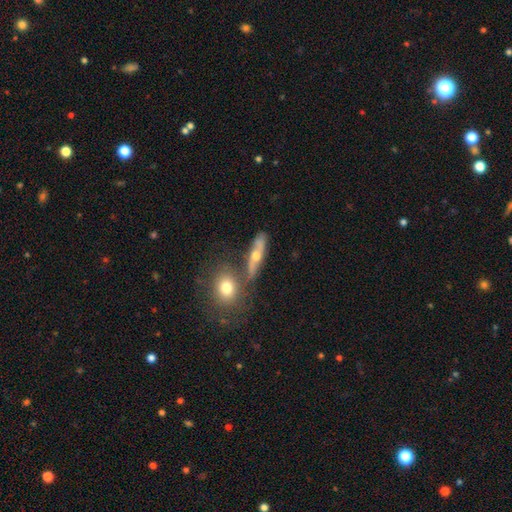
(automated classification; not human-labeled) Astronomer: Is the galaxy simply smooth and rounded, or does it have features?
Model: featured or disk — 52% (runner-up: smooth, 38%).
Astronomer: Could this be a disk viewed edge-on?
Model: yes — 65%.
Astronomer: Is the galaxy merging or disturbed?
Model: none — 63%.